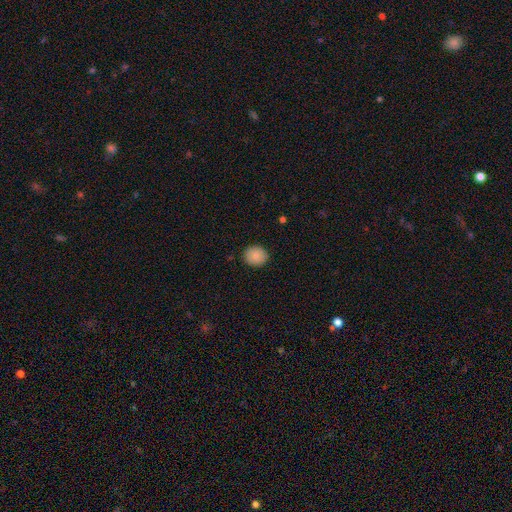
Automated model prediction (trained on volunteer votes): The model was most divided on "how rounded": round: 75%, in between: 24%, cigar-shaped: 1%. More confident: merging — none (90%); smooth or featured — smooth (82%).